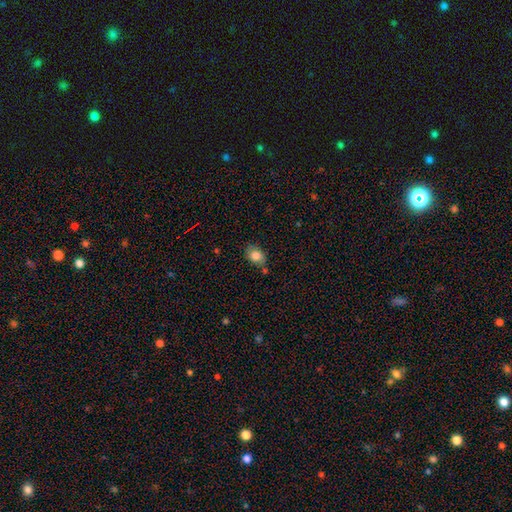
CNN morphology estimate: A smooth galaxy with no disk features (82%) that is in between round and cigar-shaped (70%).

Vote fractions:
- Smooth or featured? smooth: 82% / featured or disk: 9% / star or artifact: 9%
- How rounded? in between: 70% / round: 29% / cigar-shaped: 1%
- Merging? none: 67% / minor disturbance: 20% / merger: 8% / major disturbance: 4%